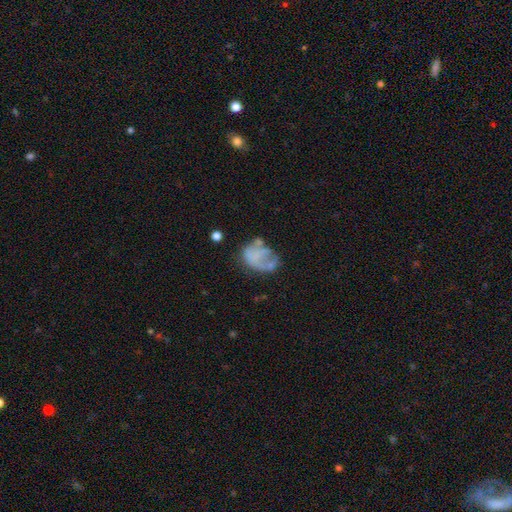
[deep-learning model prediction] Smooth or featured: smooth — 45% (featured or disk — 43%)
Merging: none — 35% (major disturbance — 31%)